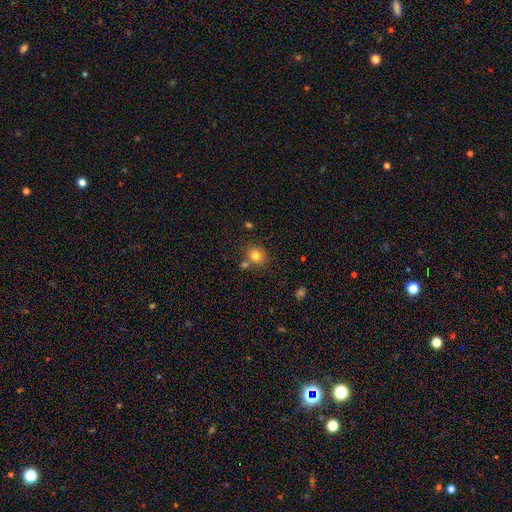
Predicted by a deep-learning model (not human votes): smooth 80%, star or artifact 12%, featured or disk 8%. Down the decision tree: how rounded — round (75%); merging — none (70%).